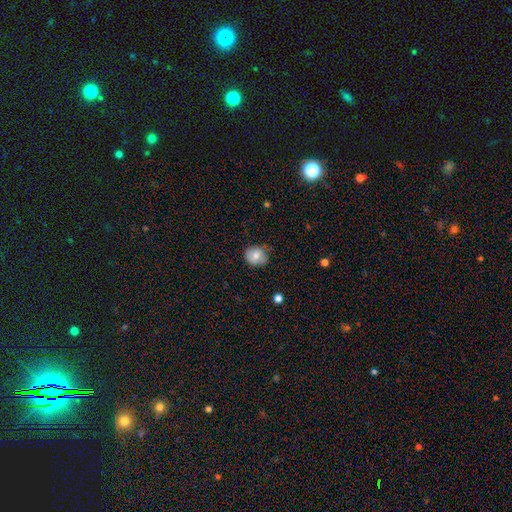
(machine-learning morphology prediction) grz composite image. It shows a smooth galaxy with no disk features (71%) that is round (75%). Merging: none (68%).